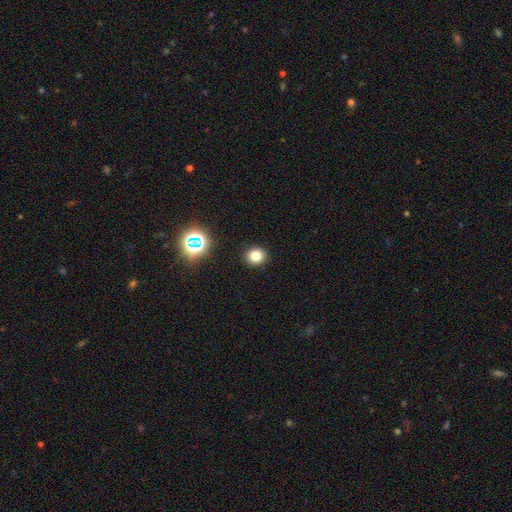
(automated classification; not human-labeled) Smooth or featured: smooth — 78% (star or artifact — 16%)
How rounded: round — 80% (in between — 19%)
Merging: none — 91% (minor disturbance — 6%)